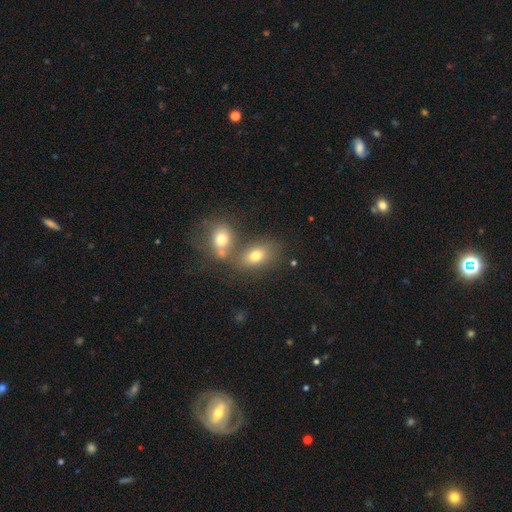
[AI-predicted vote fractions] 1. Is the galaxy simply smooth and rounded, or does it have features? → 72% smooth, 14% featured or disk, 14% star or artifact.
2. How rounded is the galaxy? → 73% in between, 25% round, 2% cigar-shaped.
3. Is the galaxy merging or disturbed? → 50% none, 34% merger, 11% minor disturbance, 5% major disturbance.